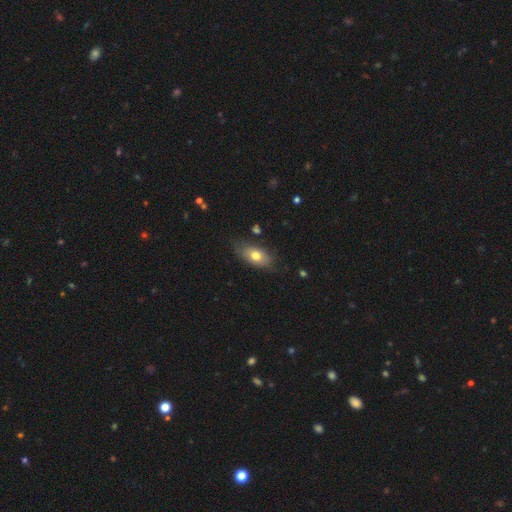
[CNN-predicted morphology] Smooth or featured? smooth (72%)
How rounded? in between (88%)
Merging? none (73%)